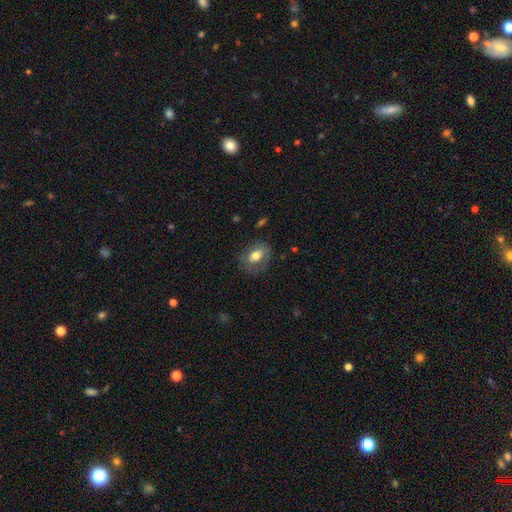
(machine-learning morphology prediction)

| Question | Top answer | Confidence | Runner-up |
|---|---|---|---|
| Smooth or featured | smooth | 60% | featured or disk (32%) |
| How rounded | in between | 69% | round (29%) |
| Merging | none | 69% | minor disturbance (19%) |